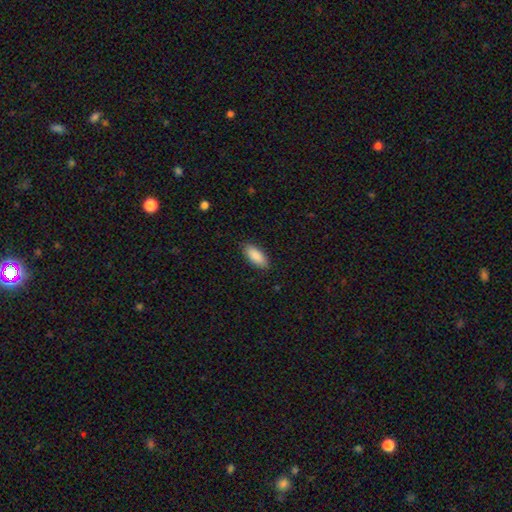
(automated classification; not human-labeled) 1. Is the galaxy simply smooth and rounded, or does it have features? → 89% smooth, 6% star or artifact, 5% featured or disk.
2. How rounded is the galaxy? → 84% in between, 14% cigar-shaped, 2% round.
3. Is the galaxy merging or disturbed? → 87% none, 10% minor disturbance, 2% major disturbance, 1% merger.